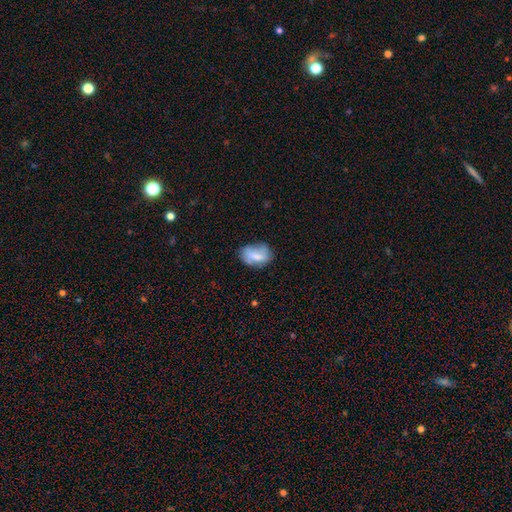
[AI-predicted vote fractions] Smooth or featured: smooth — 70% (featured or disk — 22%)
How rounded: in between — 86% (round — 12%)
Merging: none — 58% (minor disturbance — 29%)